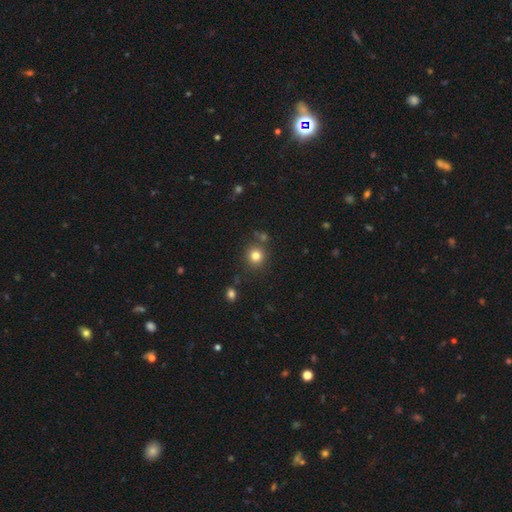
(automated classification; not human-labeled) A smooth galaxy with no disk features (80%) that is round (92%). Merging: none (82%).